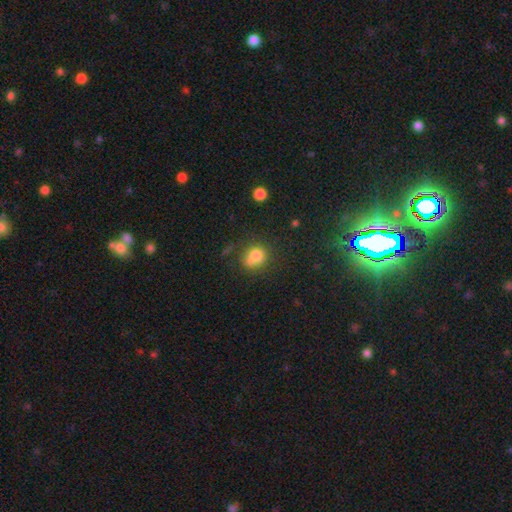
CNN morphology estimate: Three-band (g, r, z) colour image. It shows a smooth galaxy with no disk features (75%) that is round (73%). Merging: none (44%).